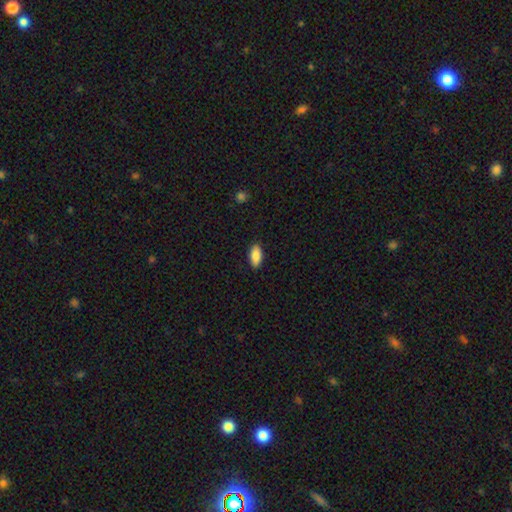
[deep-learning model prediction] A smooth galaxy with no disk features (88%) that is in between round and cigar-shaped (89%). Merging: none (89%).